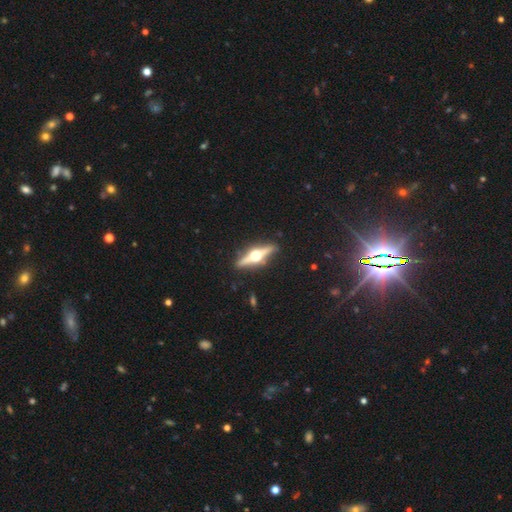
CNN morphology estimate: Smooth or featured?
  - featured or disk: 82% *
  - smooth: 13%
  - star or artifact: 5%
Edge-on disk?
  - yes: 98% *
  - no: 2%
Edge-on bulge?
  - rounded: 97% *
  - boxy: 2%
  - none: 1%
Merging?
  - none: 90% *
  - minor disturbance: 7%
  - major disturbance: 2%
  - merger: 1%